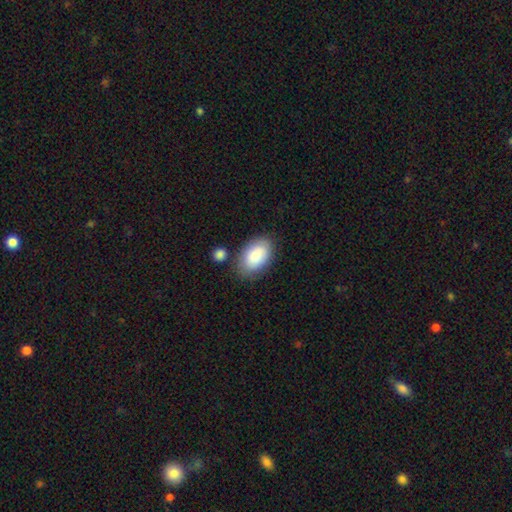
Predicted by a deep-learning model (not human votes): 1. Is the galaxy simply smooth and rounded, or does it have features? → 84% smooth, 10% featured or disk, 6% star or artifact.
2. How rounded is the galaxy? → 93% in between, 6% round, 1% cigar-shaped.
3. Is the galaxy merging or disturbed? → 76% none, 14% minor disturbance, 6% merger, 4% major disturbance.